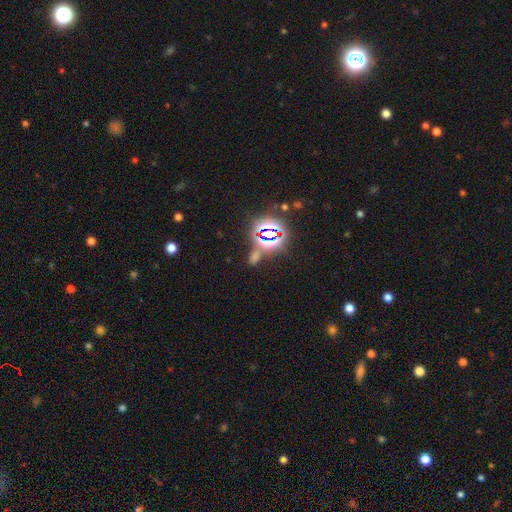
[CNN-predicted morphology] smooth_or_featured: star or artifact (p=0.70) [alt: smooth p=0.22]